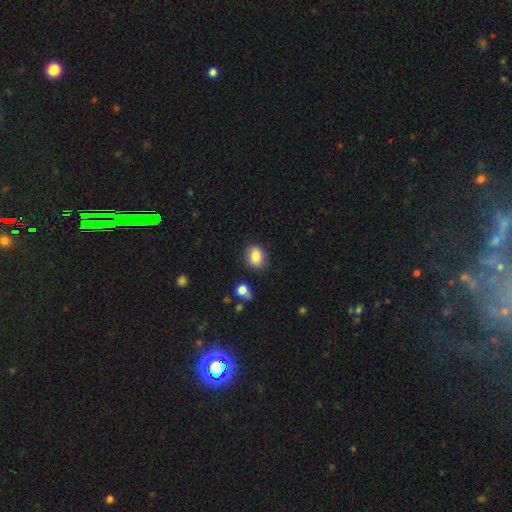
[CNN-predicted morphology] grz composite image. It shows a smooth galaxy with no disk features (84%) that is in between round and cigar-shaped (60%). Merging: none (80%).